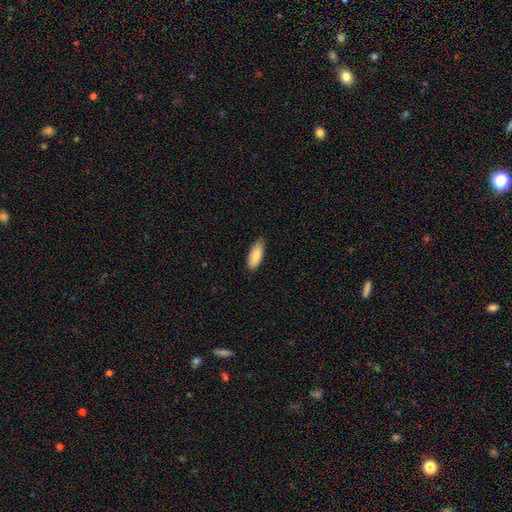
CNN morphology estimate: Smooth or featured?
  - smooth: 85% *
  - featured or disk: 9%
  - star or artifact: 6%
How rounded?
  - in between: 75% *
  - cigar-shaped: 23%
  - round: 2%
Merging?
  - none: 78% *
  - minor disturbance: 19%
  - major disturbance: 2%
  - merger: 1%